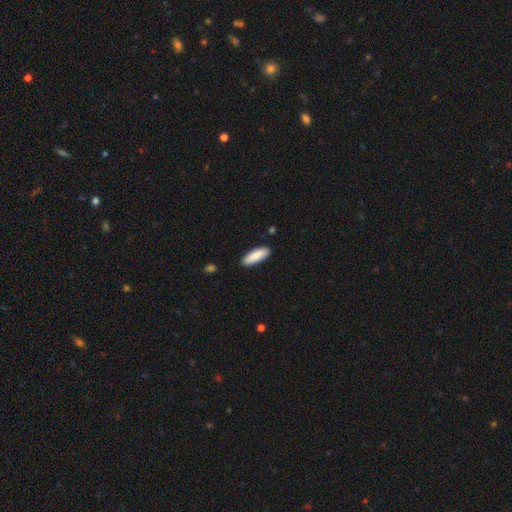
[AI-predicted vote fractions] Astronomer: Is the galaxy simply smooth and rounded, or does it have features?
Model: smooth — 88%.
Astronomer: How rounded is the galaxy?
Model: in between — 54% (runner-up: cigar-shaped, 44%).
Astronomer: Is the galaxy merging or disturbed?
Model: none — 89%.